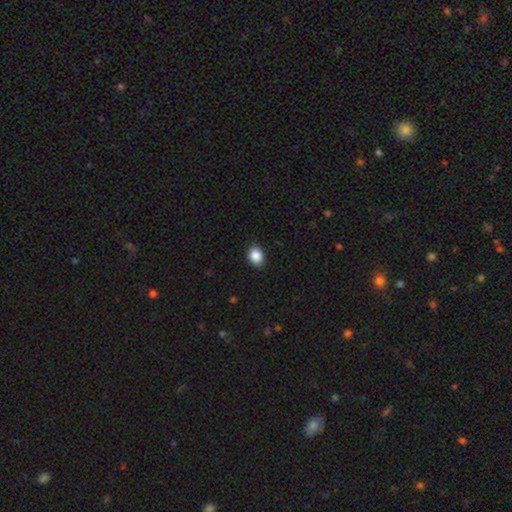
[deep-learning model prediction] smooth_or_featured: smooth (p=0.89) [alt: star or artifact p=0.09]
how_rounded: round (p=0.50) [alt: in between p=0.49]
merging: none (p=0.88) [alt: minor disturbance p=0.09]